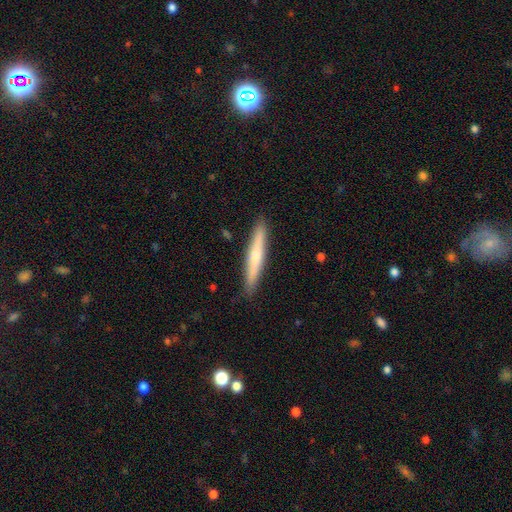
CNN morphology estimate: Smooth or featured? smooth (50%)
How rounded? cigar-shaped (93%)
Merging? none (90%)